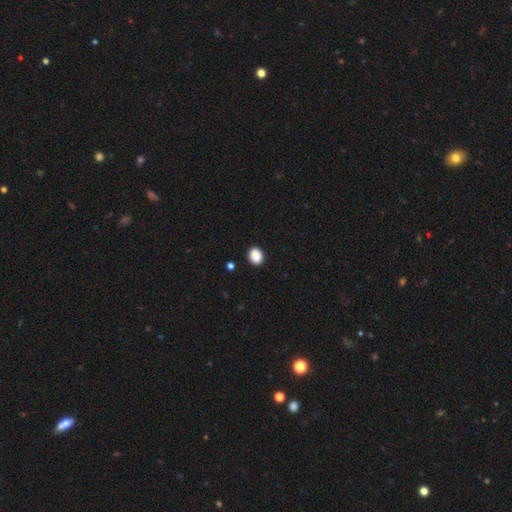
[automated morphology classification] smooth 89%, star or artifact 8%, featured or disk 3%. Down the decision tree: how rounded — in between (55%); merging — none (90%).